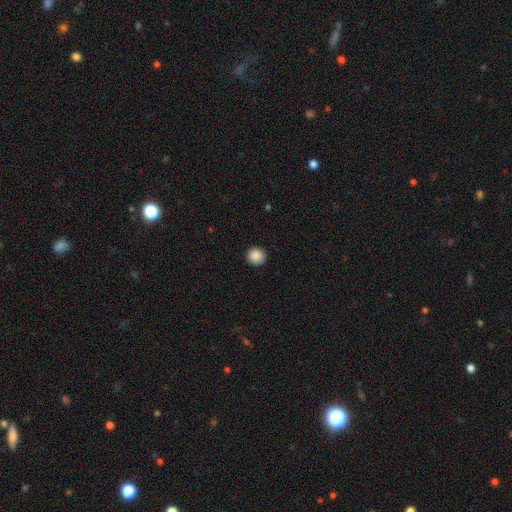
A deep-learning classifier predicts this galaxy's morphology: smooth_or_featured: smooth (p=0.88) [alt: star or artifact p=0.09]
how_rounded: round (p=0.91) [alt: in between p=0.08]
merging: none (p=0.92) [alt: minor disturbance p=0.06]